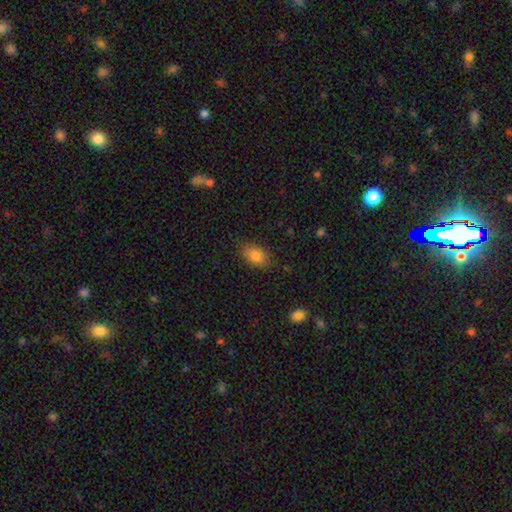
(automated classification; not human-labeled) Smooth or featured? Predicted: smooth (p=0.82). How rounded? Predicted: in between (p=0.88). Merging? Predicted: none (p=0.76).